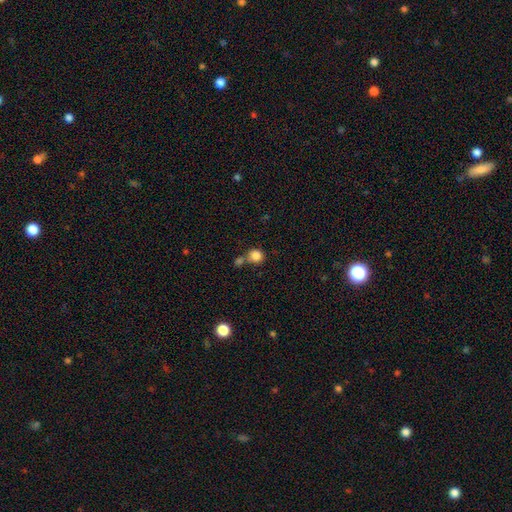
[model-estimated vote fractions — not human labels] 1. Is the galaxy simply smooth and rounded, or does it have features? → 84% smooth, 10% star or artifact, 5% featured or disk.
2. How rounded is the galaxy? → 88% round, 11% in between, 1% cigar-shaped.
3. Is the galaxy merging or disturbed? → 59% none, 28% merger, 10% minor disturbance, 4% major disturbance.